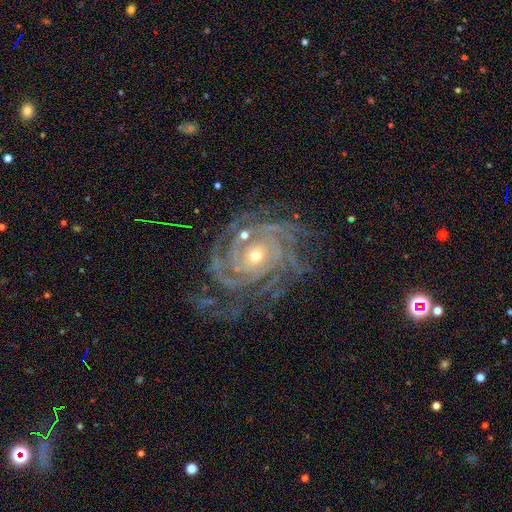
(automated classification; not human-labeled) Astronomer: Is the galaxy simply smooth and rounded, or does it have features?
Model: featured or disk — 91%.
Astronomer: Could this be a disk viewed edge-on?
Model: no — 97%.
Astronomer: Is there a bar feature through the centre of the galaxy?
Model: no — 76%.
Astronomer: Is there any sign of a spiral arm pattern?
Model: yes — 98%.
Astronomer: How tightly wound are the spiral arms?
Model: tight — 76%.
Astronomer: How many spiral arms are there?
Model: more than 4 — 22% (runner-up: 4, 21%).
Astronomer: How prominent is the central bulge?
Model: small — 60% (runner-up: moderate, 36%).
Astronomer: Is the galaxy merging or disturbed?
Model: none — 67%.